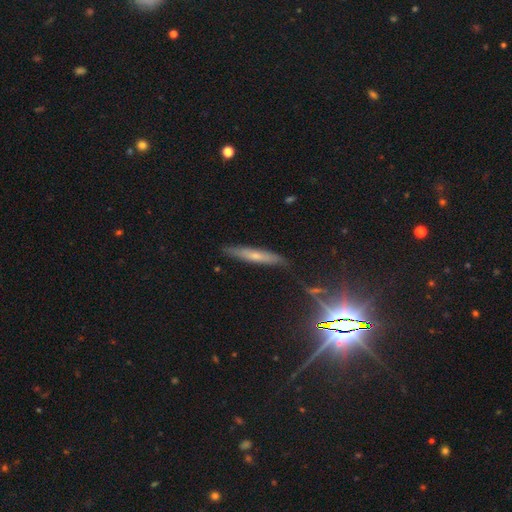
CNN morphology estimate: Smooth or featured? Predicted: smooth (p=0.46). Merging? Predicted: none (p=0.83).